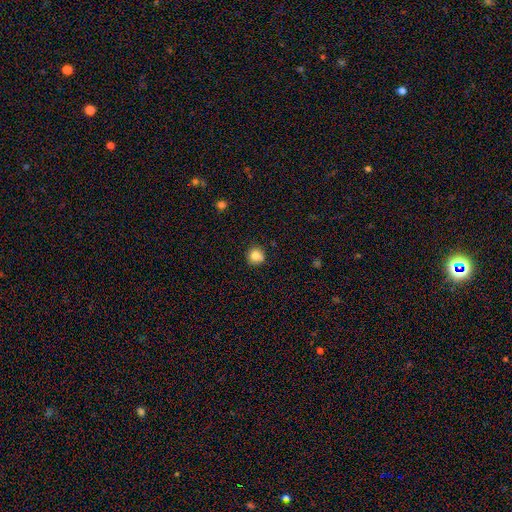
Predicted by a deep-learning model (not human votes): Smooth or featured?
  - smooth: 83% *
  - star or artifact: 11%
  - featured or disk: 6%
How rounded?
  - round: 91% *
  - in between: 8%
  - cigar-shaped: 1%
Merging?
  - none: 83% *
  - minor disturbance: 12%
  - merger: 2%
  - major disturbance: 2%